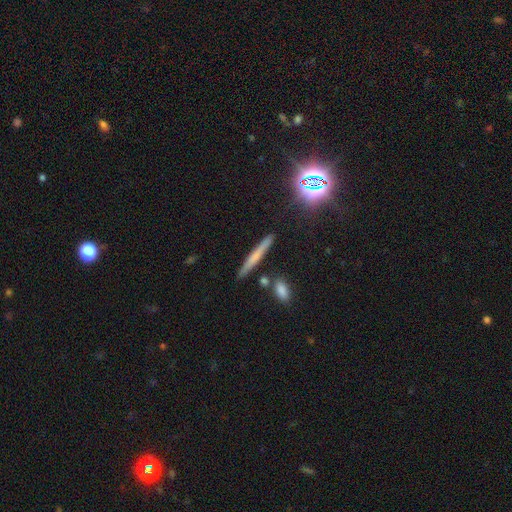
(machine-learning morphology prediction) Q: Smooth or featured?
A: smooth (53%); runner-up: featured or disk (35%)
Q: How rounded?
A: cigar-shaped (93%); runner-up: in between (4%)
Q: Merging?
A: none (85%); runner-up: minor disturbance (8%)